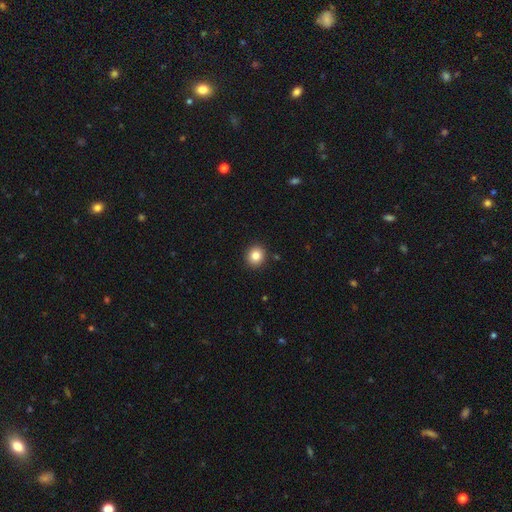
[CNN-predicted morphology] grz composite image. It shows a smooth galaxy with no disk features (83%) that is round (88%). Merging: none (92%).